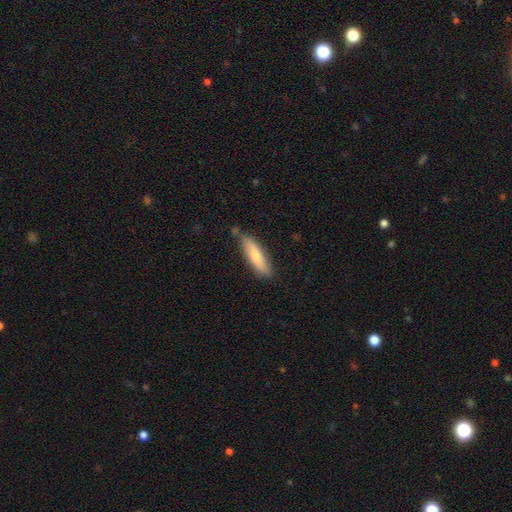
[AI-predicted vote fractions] The model was most divided on "how rounded": cigar-shaped: 64%, in between: 34%, round: 2%. More confident: merging — none (77%); smooth or featured — smooth (72%).